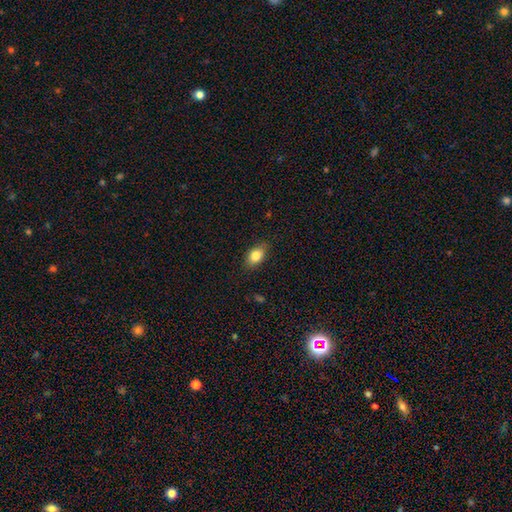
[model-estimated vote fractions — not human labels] The model was most divided on "merging": none: 83%, minor disturbance: 13%, major disturbance: 3%, merger: 1%. More confident: how rounded — in between (84%); smooth or featured — smooth (83%).